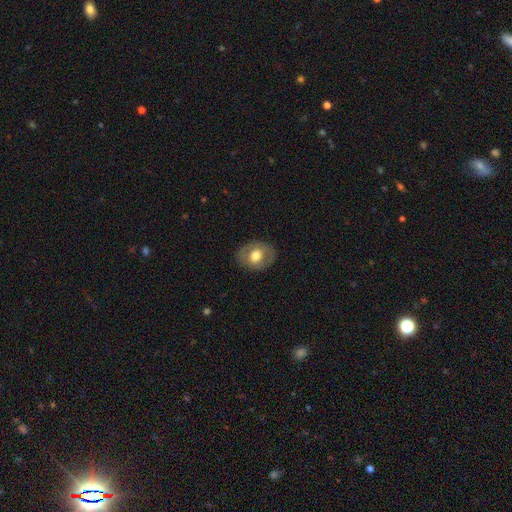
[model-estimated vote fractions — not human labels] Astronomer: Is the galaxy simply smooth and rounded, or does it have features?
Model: smooth — 62%.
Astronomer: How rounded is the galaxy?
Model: in between — 55% (runner-up: round, 44%).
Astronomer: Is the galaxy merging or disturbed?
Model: none — 85%.